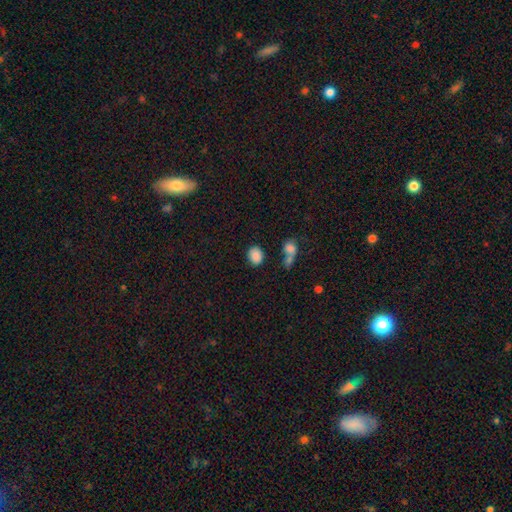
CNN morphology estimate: smooth_or_featured: smooth (p=0.87) [alt: star or artifact p=0.09]
how_rounded: round (p=0.53) [alt: in between p=0.46]
merging: none (p=0.75) [alt: minor disturbance p=0.11]